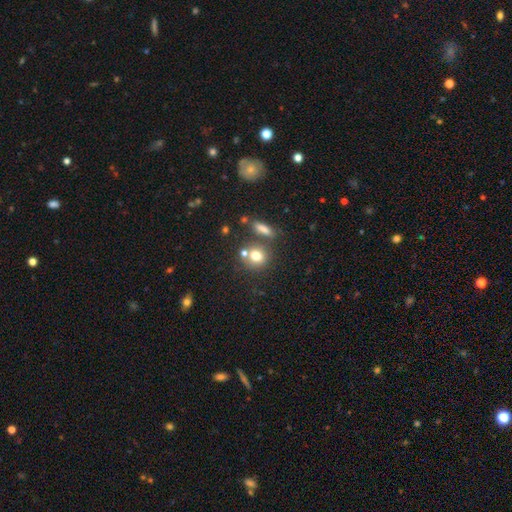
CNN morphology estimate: Smooth or featured? smooth (76%)
How rounded? round (74%)
Merging? none (60%)